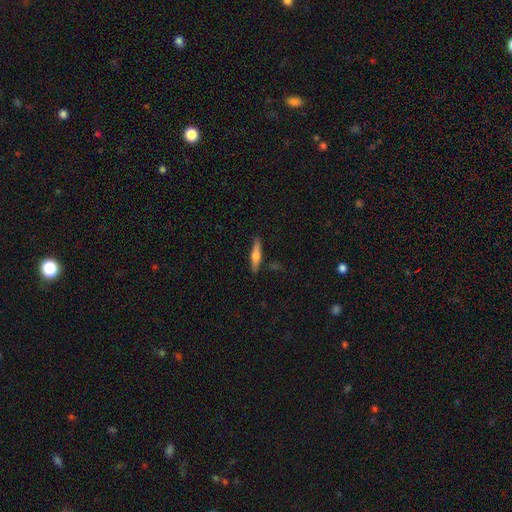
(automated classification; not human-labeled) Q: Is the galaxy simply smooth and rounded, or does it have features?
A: featured or disk — 51%.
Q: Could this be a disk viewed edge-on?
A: yes — 96%.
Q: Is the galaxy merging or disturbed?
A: none — 88%.